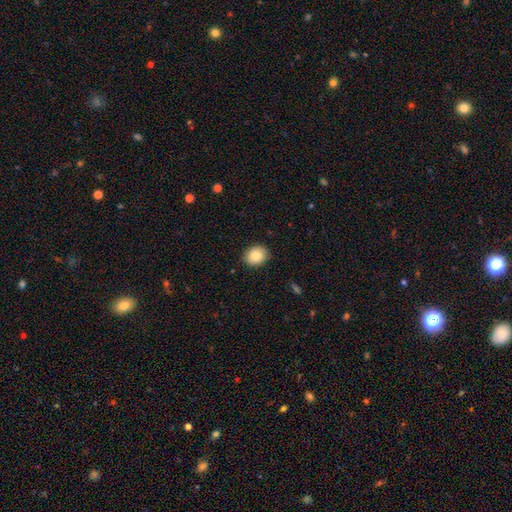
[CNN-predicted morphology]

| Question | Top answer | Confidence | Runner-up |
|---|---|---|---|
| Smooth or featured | smooth | 84% | star or artifact (8%) |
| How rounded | round | 55% | in between (44%) |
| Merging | none | 88% | minor disturbance (9%) |